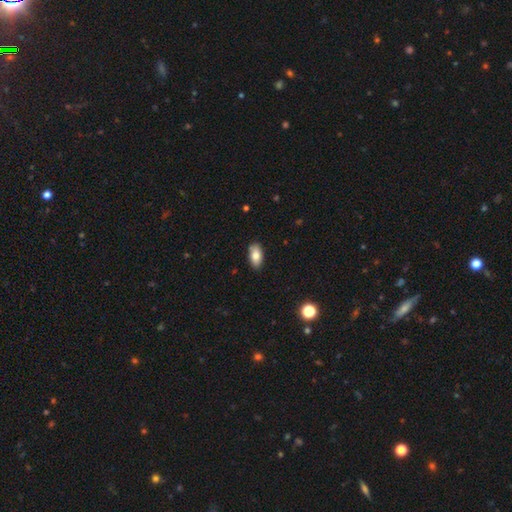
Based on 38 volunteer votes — smooth_or_featured: smooth (p=0.89) [alt: featured or disk p=0.05]
how_rounded: in between (p=0.91) [alt: cigar-shaped p=0.06]
merging: none (p=0.89) [alt: minor disturbance p=0.11]